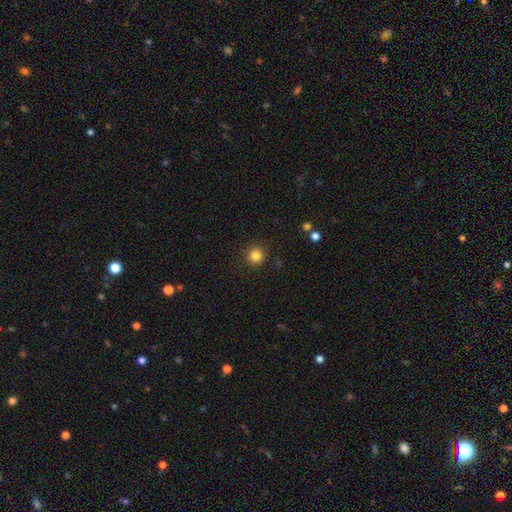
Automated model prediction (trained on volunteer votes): Overall: smooth (83%). How rounded: round (93%). Merging: none (90%).